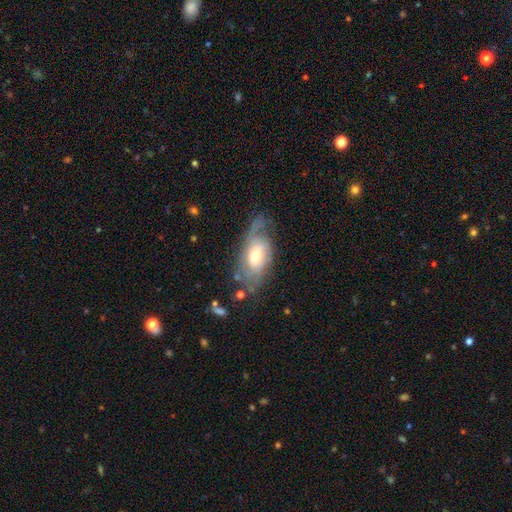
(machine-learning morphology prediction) Smooth or featured?
  - featured or disk: 66% *
  - smooth: 28%
  - star or artifact: 6%
Edge-on disk?
  - no: 90% *
  - yes: 10%
Bar?
  - no: 60% *
  - weak: 33%
  - strong: 7%
Spiral arms?
  - yes: 82% *
  - no: 18%
Bulge size?
  - moderate: 59% *
  - small: 26%
  - large: 12%
  - dominant: 1%
  - none: 1%
Merging?
  - none: 53% *
  - minor disturbance: 26%
  - major disturbance: 19%
  - merger: 3%